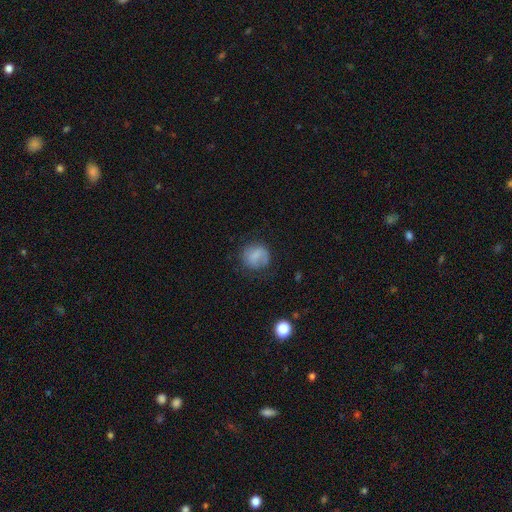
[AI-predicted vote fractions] smooth 71%, featured or disk 20%, star or artifact 9%. Down the decision tree: how rounded — round (82%); merging — none (65%).